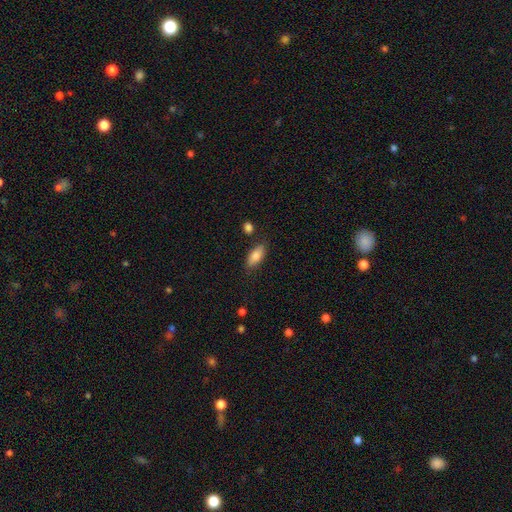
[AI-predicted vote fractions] Morphology: type=smooth (80%); roundness=in between (83%); merging=none (79%).